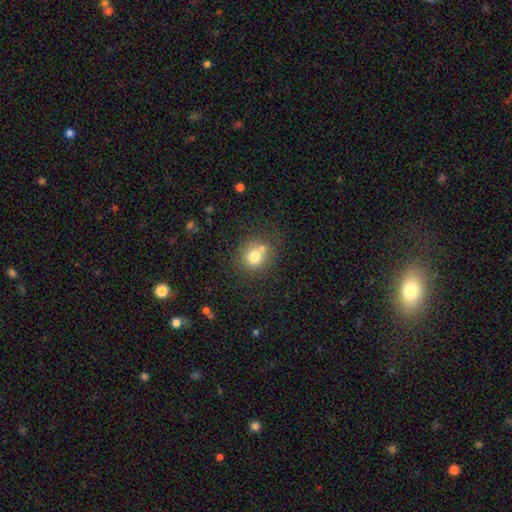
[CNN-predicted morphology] The model was most divided on "merging": none: 62%, merger: 21%, minor disturbance: 12%, major disturbance: 4%. More confident: how rounded — round (82%); smooth or featured — smooth (76%).